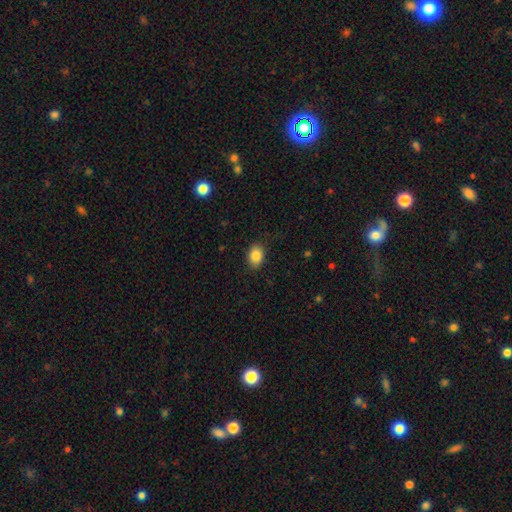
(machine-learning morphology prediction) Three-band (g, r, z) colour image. It shows a smooth galaxy with no disk features (87%) that is in between round and cigar-shaped (73%). Merging: none (85%).